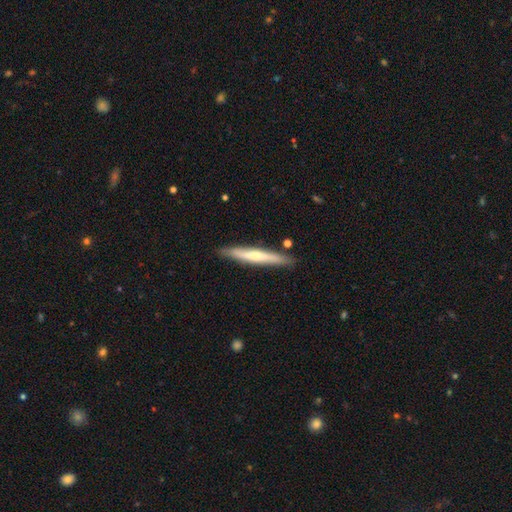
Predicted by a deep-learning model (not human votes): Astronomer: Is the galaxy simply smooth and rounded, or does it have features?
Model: featured or disk — 48% (runner-up: smooth, 47%).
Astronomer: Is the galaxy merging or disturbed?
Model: none — 87%.